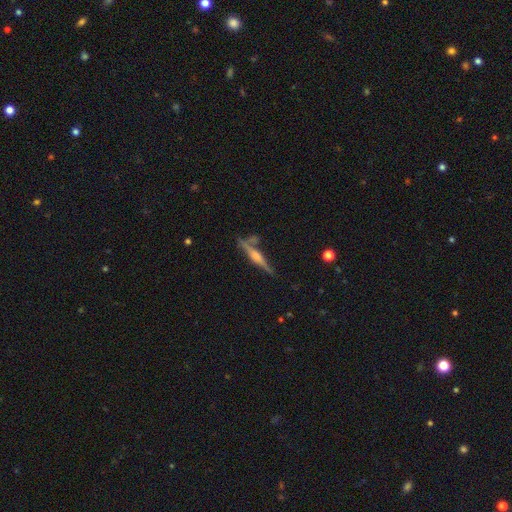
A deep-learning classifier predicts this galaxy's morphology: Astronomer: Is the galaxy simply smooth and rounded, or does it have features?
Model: featured or disk — 76%.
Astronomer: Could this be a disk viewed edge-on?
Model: yes — 97%.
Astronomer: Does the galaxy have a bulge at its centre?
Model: rounded — 75%.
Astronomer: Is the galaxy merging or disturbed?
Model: none — 75%.